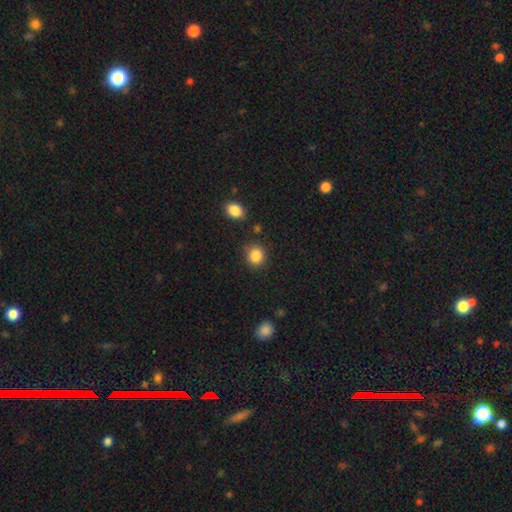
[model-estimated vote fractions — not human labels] A smooth galaxy with no disk features (86%) that is round (81%).

Vote fractions:
- Smooth or featured? smooth: 86% / star or artifact: 10% / featured or disk: 4%
- How rounded? round: 81% / in between: 19% / cigar-shaped: 1%
- Merging? none: 82% / minor disturbance: 11% / merger: 4% / major disturbance: 3%